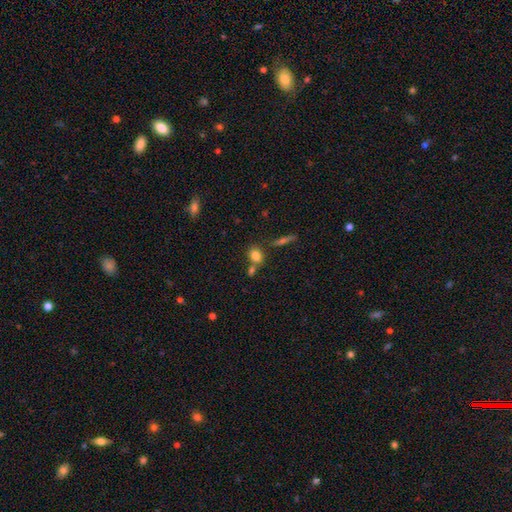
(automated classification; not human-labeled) Overall: smooth (80%). How rounded: round (54%; in between 43%). Merging: none (57%; merger 27%).